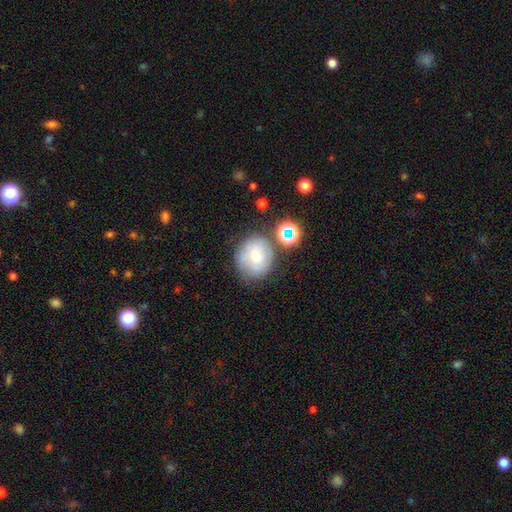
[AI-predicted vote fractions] smooth-or-featured: smooth: 61% | featured or disk: 26% | star or artifact: 13%
  how-rounded: round: 76% | in between: 23% | cigar-shaped: 1%
  merging: none: 60% | minor disturbance: 21% | merger: 11% | major disturbance: 9%